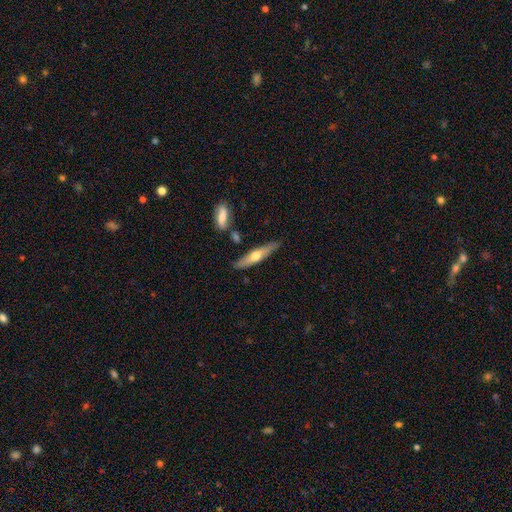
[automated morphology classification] Smooth or featured?
  - featured or disk: 52% *
  - smooth: 42%
  - star or artifact: 6%
Edge-on disk?
  - yes: 90% *
  - no: 10%
Merging?
  - none: 83% *
  - minor disturbance: 11%
  - merger: 4%
  - major disturbance: 2%